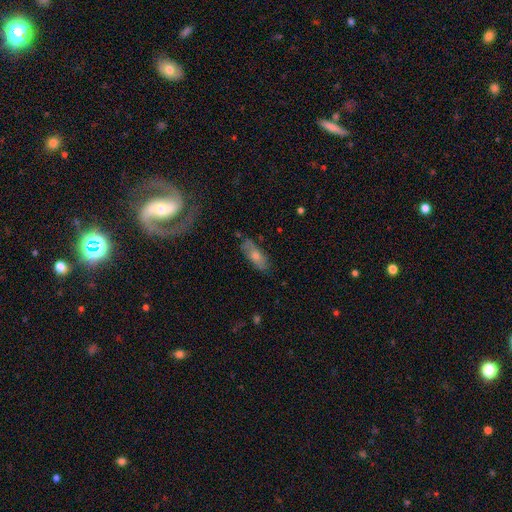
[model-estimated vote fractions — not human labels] smooth_or_featured: smooth (p=0.63) [alt: featured or disk p=0.30]
how_rounded: in between (p=0.70) [alt: cigar-shaped p=0.27]
merging: none (p=0.74) [alt: minor disturbance p=0.18]